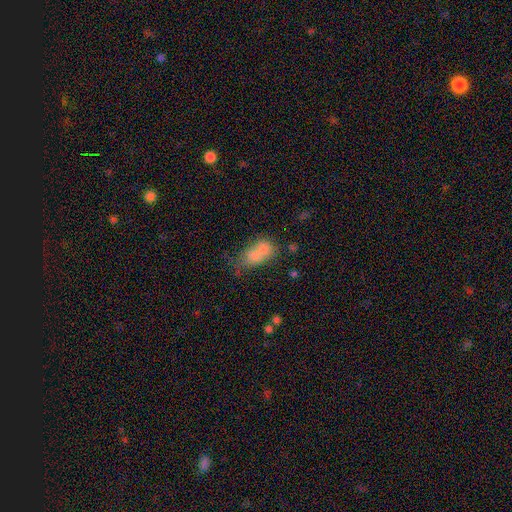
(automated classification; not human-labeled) Smooth or featured: smooth — 70% (featured or disk — 18%)
How rounded: in between — 74% (round — 22%)
Merging: merger — 54% (none — 23%)